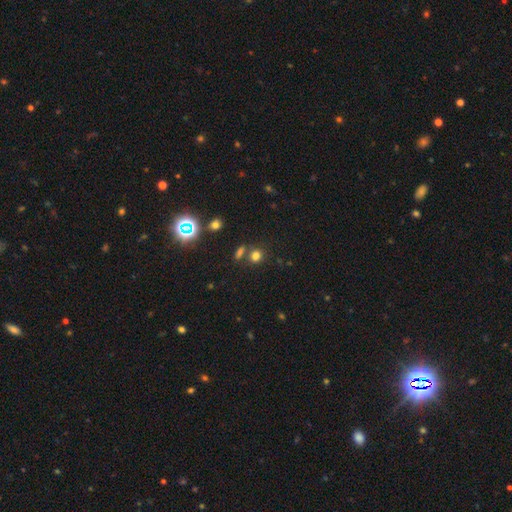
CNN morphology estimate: Smooth or featured: smooth — 70% (star or artifact — 23%)
How rounded: round — 70% (in between — 28%)
Merging: none — 66% (merger — 20%)